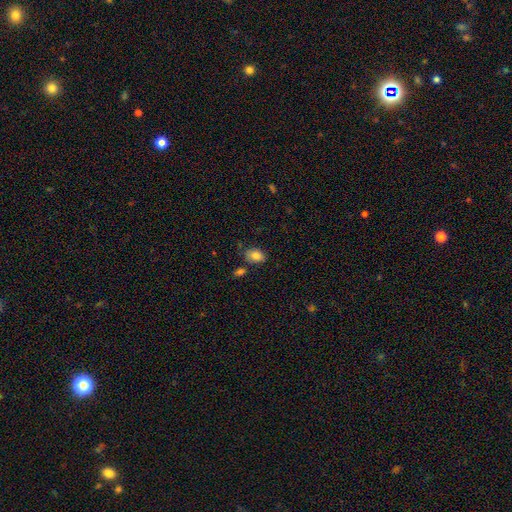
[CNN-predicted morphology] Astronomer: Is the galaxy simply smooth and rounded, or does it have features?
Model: smooth — 84%.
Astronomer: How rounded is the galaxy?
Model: in between — 83%.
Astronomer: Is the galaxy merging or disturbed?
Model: none — 72%.